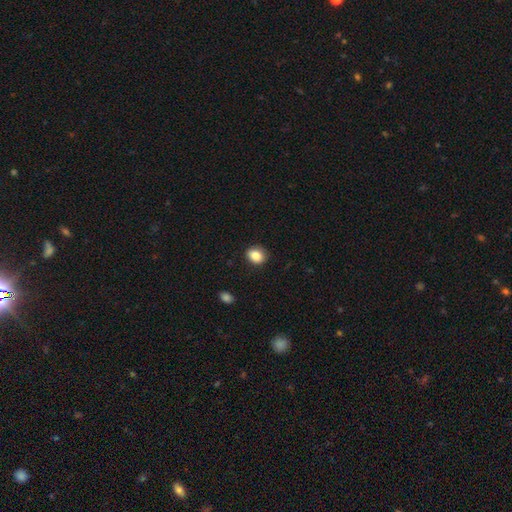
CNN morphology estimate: The model was most divided on "how rounded": round: 59%, in between: 40%, cigar-shaped: 1%. More confident: merging — none (87%); smooth or featured — smooth (86%).